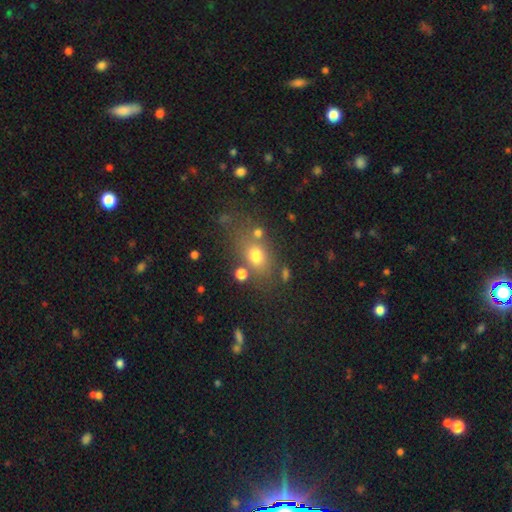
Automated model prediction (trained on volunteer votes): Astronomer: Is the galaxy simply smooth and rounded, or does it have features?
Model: smooth — 70%.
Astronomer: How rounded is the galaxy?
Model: in between — 64%.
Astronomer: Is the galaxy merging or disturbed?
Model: none — 62%.